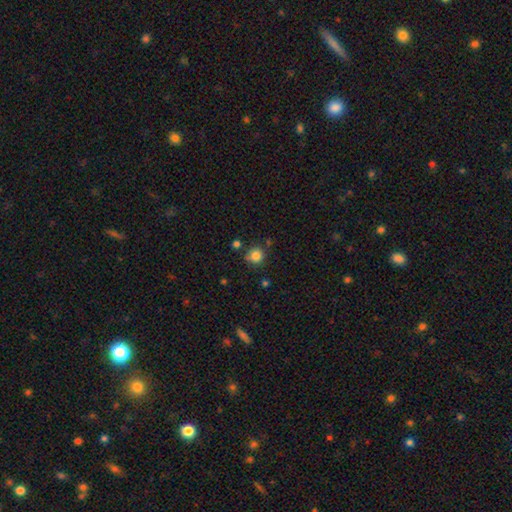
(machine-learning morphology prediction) This appears to be a smooth galaxy with no disk features (84%) that is round (92%). Merging: none (81%).